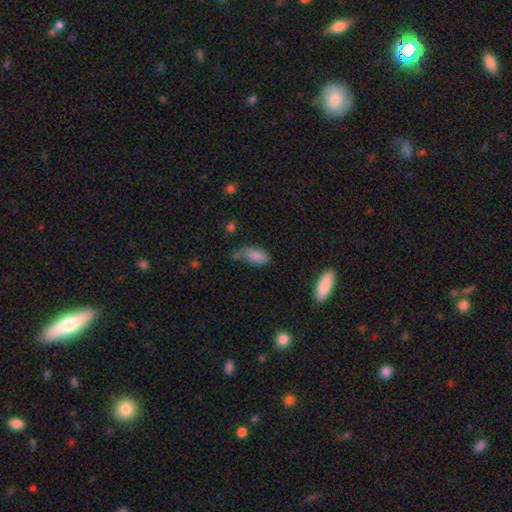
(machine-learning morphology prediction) smooth_or_featured: smooth (p=0.82) [alt: featured or disk p=0.10]
how_rounded: in between (p=0.88) [alt: cigar-shaped p=0.09]
merging: none (p=0.38) [alt: minor disturbance p=0.37]